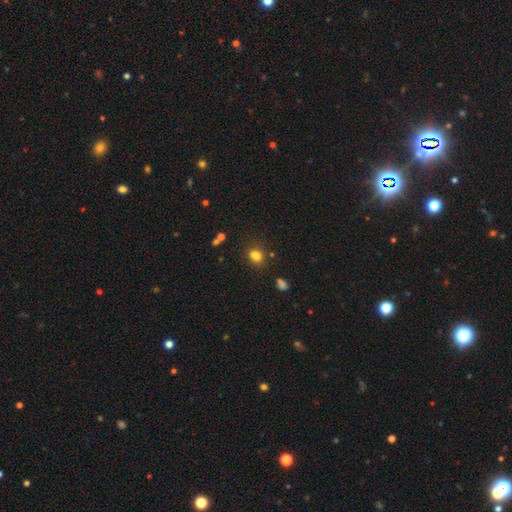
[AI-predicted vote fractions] smooth 77%, star or artifact 15%, featured or disk 8%. Down the decision tree: how rounded — in between (51%); merging — none (63%).